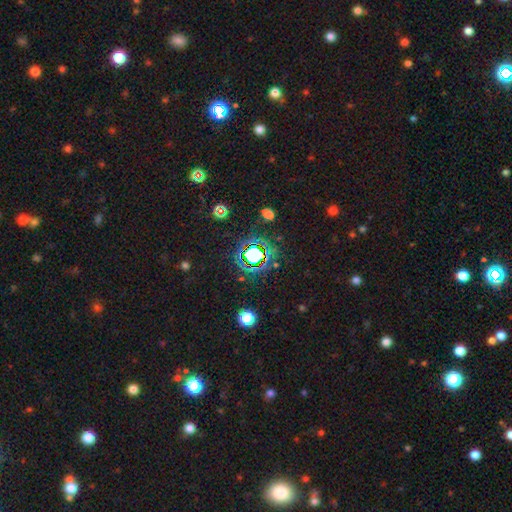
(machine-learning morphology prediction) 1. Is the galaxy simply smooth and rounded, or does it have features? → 73% star or artifact, 18% smooth, 9% featured or disk.